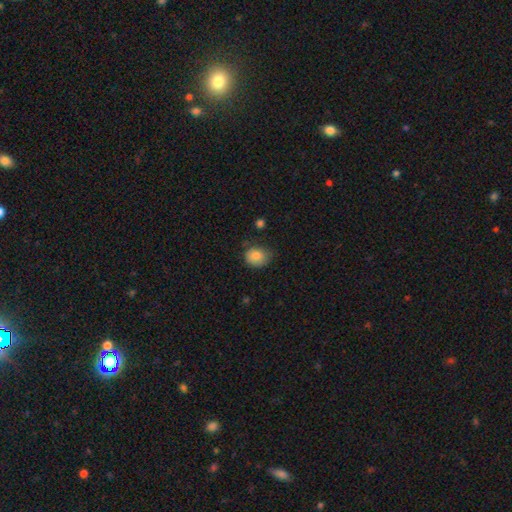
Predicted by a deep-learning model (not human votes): Smooth or featured: smooth — 82% (star or artifact — 9%)
How rounded: round — 60% (in between — 39%)
Merging: none — 61% (minor disturbance — 30%)